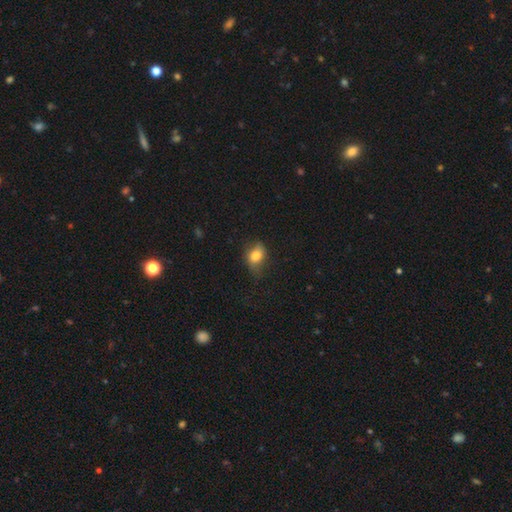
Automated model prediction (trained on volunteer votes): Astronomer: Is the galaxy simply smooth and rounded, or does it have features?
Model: smooth — 79%.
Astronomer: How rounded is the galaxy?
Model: in between — 67%.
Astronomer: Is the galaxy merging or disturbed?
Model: none — 56% (runner-up: minor disturbance, 31%).